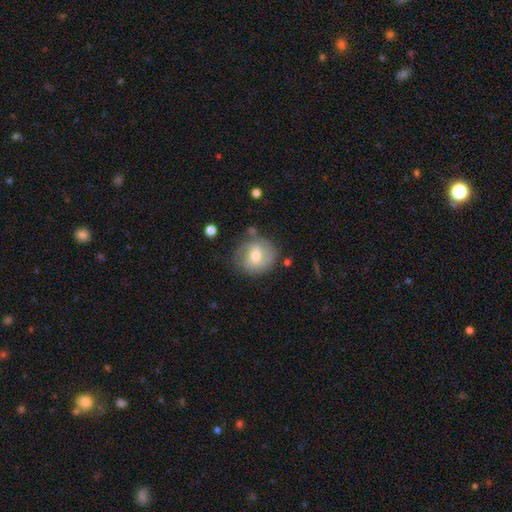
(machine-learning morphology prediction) This is possibly a featured or disk galaxy (56%). It is clearly not viewed edge-on (97%). Bar: possibly weak (51%). Spiral arm pattern: likely yes (79%). Central bulge: likely moderate (65%). Merging: likely none (69%).